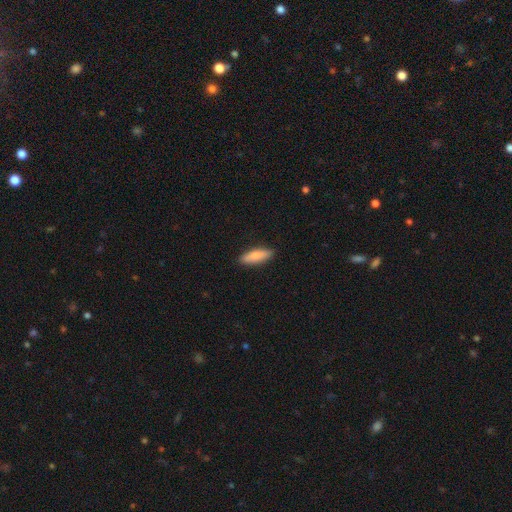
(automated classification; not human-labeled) smooth-or-featured: smooth: 83% | featured or disk: 11% | star or artifact: 5%
  how-rounded: cigar-shaped: 50% | in between: 48% | round: 2%
  merging: none: 89% | minor disturbance: 8% | major disturbance: 2% | merger: 1%